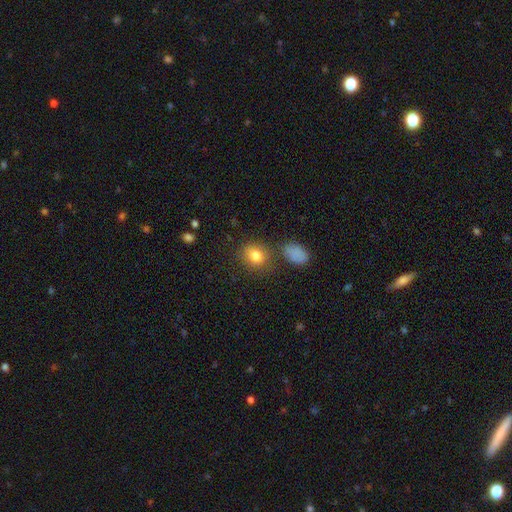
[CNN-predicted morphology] Smooth or featured: smooth — 82% (star or artifact — 10%)
How rounded: round — 58% (in between — 41%)
Merging: none — 72% (minor disturbance — 13%)